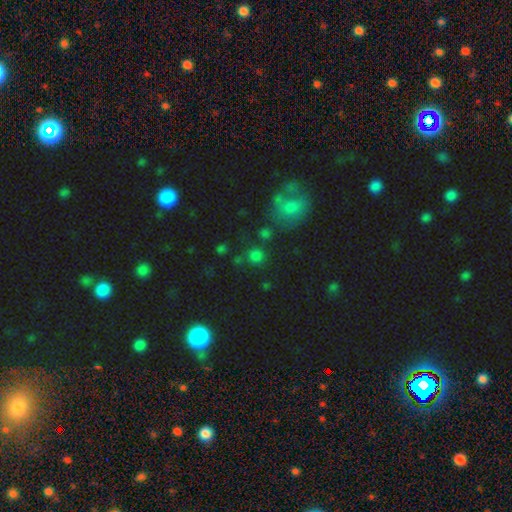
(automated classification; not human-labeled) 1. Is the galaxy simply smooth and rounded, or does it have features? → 71% smooth, 22% star or artifact, 7% featured or disk.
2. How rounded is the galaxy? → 90% round, 9% in between, 1% cigar-shaped.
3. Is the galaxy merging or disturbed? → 71% none, 12% merger, 11% minor disturbance, 6% major disturbance.